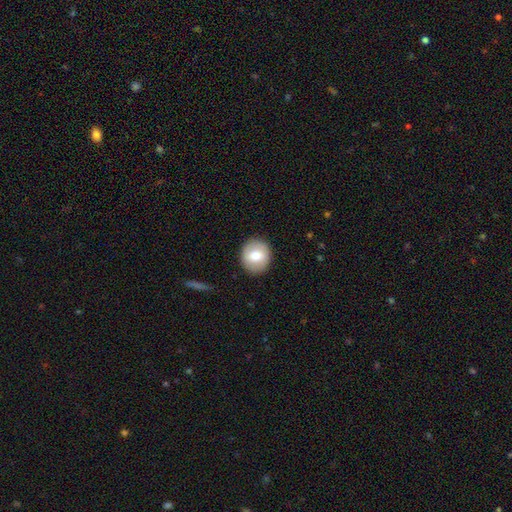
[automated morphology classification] Smooth or featured: smooth — 70% (featured or disk — 23%)
How rounded: round — 81% (in between — 18%)
Merging: none — 89% (minor disturbance — 7%)